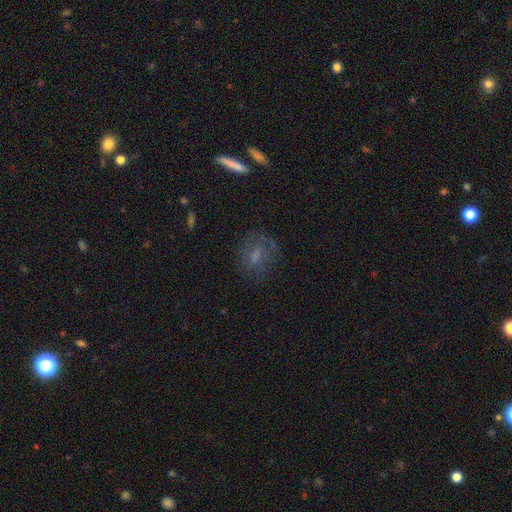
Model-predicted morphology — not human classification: Smooth or featured? Predicted: smooth (p=0.46). Merging? Predicted: none (p=0.60).